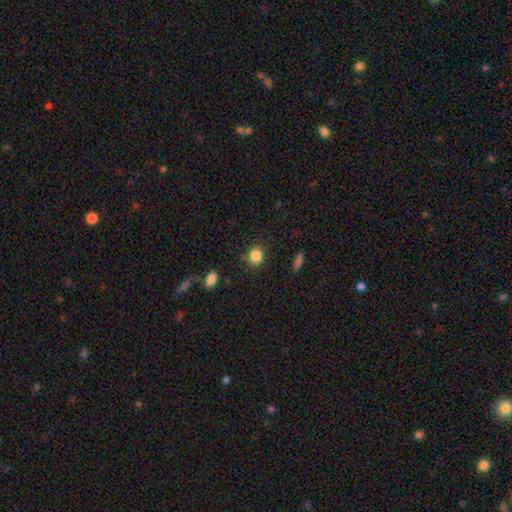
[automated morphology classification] A smooth galaxy with no disk features (85%) that is round (72%).

Vote fractions:
- Smooth or featured? smooth: 85% / star or artifact: 10% / featured or disk: 5%
- How rounded? round: 72% / in between: 27% / cigar-shaped: 1%
- Merging? none: 81% / minor disturbance: 12% / major disturbance: 3% / merger: 3%